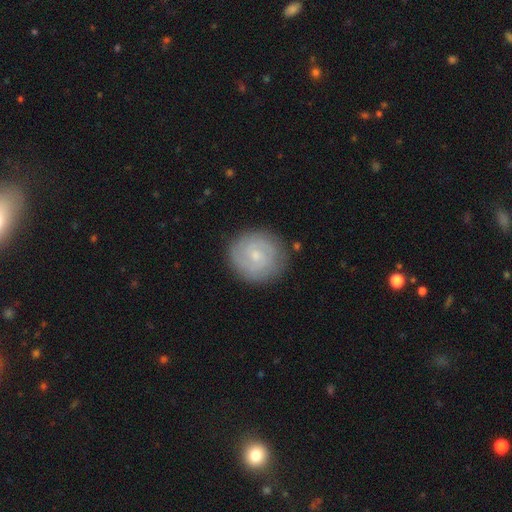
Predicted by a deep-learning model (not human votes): A featured or disk galaxy (61%) with no bar (59%), 2 (47%) tight (67%) spiral arms (88%) and a small central bulge (66%).

Vote fractions:
- Smooth or featured? featured or disk: 61% / smooth: 33% / star or artifact: 7%
- Edge-on disk? no: 98% / yes: 2%
- Bar? no: 59% / weak: 37% / strong: 5%
- Spiral arms? yes: 88% / no: 12%
- Spiral winding? tight: 67% / medium: 26% / loose: 7%
- Spiral arm count? 2: 47% / can't tell: 32% / 3: 11% / 4: 4% / 1: 4% / more than 4: 3%
- Bulge size? small: 66% / moderate: 28% / none: 3% / large: 1% / dominant: 1%
- Merging? none: 84% / minor disturbance: 11% / major disturbance: 3% / merger: 1%